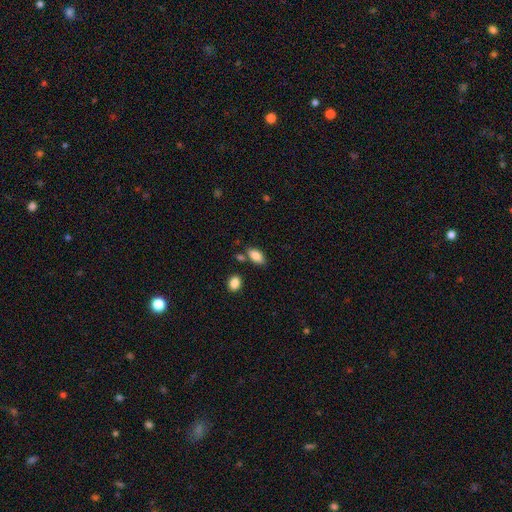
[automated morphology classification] This appears to be a smooth galaxy with no disk features (85%) that is in between round and cigar-shaped (90%). Merging: none (72%).